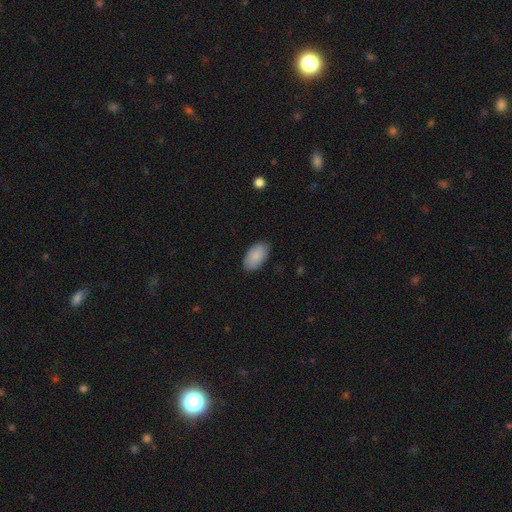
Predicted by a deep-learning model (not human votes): A smooth galaxy with no disk features (88%) that is in between round and cigar-shaped (95%). Merging: none (83%).